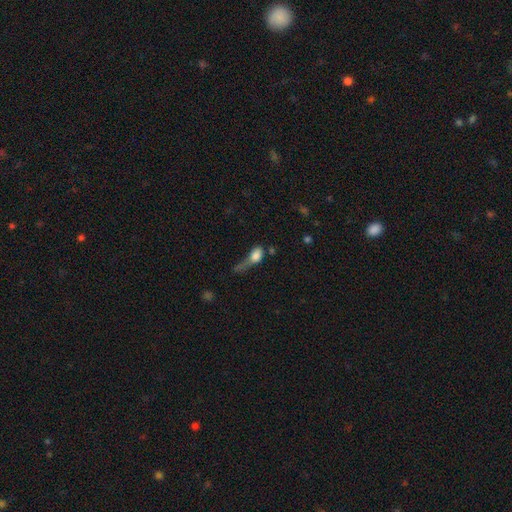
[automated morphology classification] Q: Smooth or featured?
A: smooth (69%); runner-up: featured or disk (19%)
Q: How rounded?
A: in between (69%); runner-up: round (20%)
Q: Merging?
A: major disturbance (49%); runner-up: none (17%)